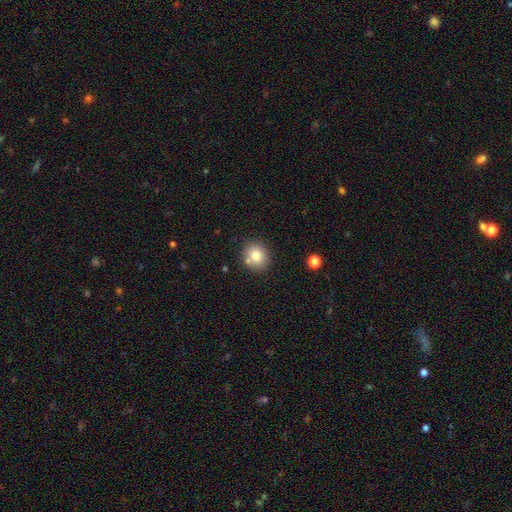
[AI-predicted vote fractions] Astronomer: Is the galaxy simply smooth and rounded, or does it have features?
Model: smooth — 79%.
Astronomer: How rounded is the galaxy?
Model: round — 81%.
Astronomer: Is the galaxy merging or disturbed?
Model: none — 78%.